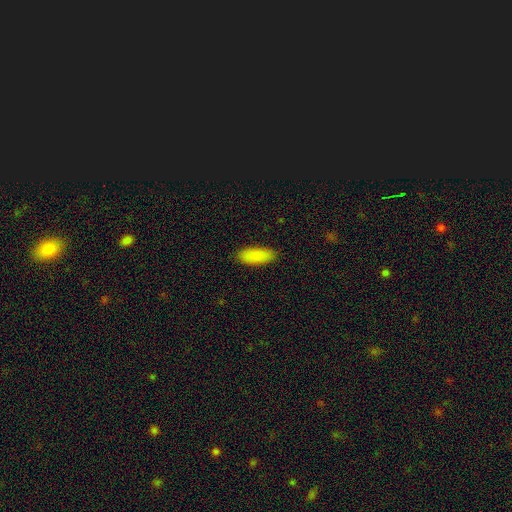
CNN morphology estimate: smooth 89%, star or artifact 6%, featured or disk 5%. Down the decision tree: how rounded — in between (79%); merging — none (89%).